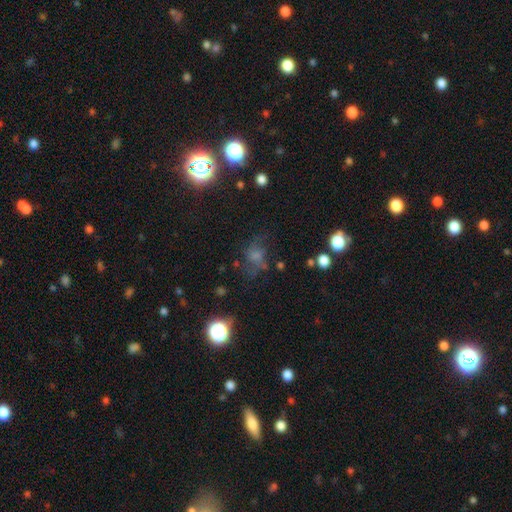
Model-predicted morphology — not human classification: This appears to be a smooth galaxy with no disk features (46%). Merging: none (54%).